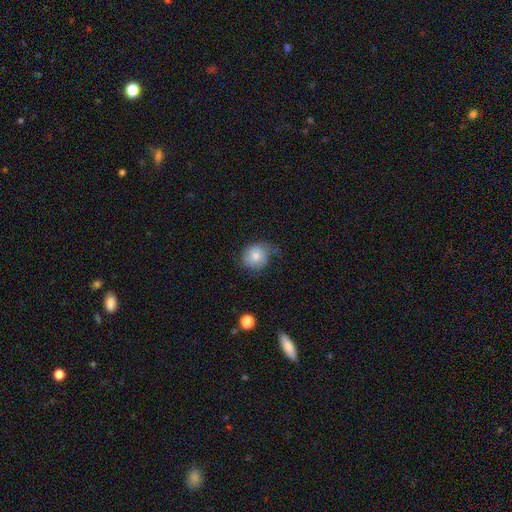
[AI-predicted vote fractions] Smooth or featured?
  - smooth: 73% *
  - featured or disk: 20%
  - star or artifact: 8%
How rounded?
  - round: 76% *
  - in between: 23%
  - cigar-shaped: 1%
Merging?
  - none: 50% *
  - minor disturbance: 33%
  - major disturbance: 15%
  - merger: 2%